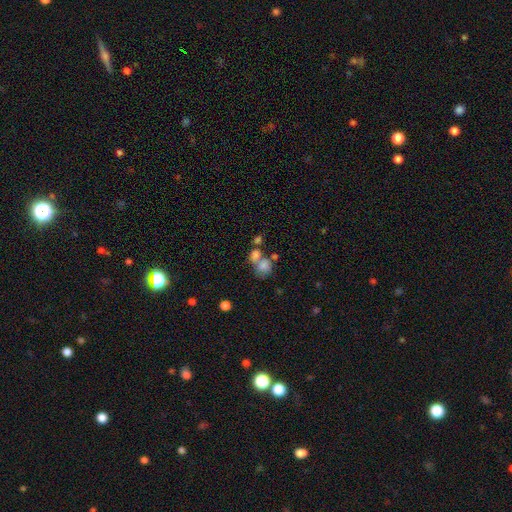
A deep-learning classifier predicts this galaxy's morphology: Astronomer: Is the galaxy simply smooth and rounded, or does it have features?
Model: smooth — 75%.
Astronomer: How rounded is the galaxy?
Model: round — 54% (runner-up: in between, 44%).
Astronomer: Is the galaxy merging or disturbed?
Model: merger — 56%.